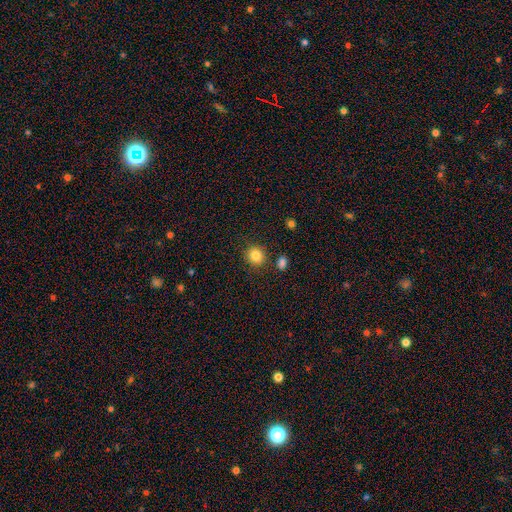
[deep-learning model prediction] Smooth or featured?
  - smooth: 84% *
  - star or artifact: 10%
  - featured or disk: 5%
How rounded?
  - round: 83% *
  - in between: 16%
  - cigar-shaped: 1%
Merging?
  - none: 84% *
  - minor disturbance: 8%
  - merger: 5%
  - major disturbance: 3%